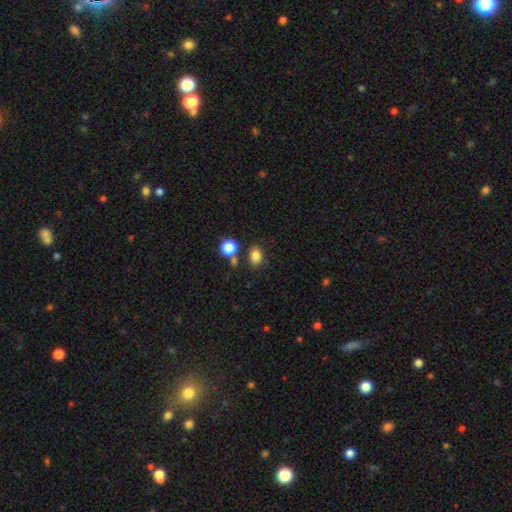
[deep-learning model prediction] Smooth or featured? smooth (82%)
How rounded? in between (59%)
Merging? none (73%)